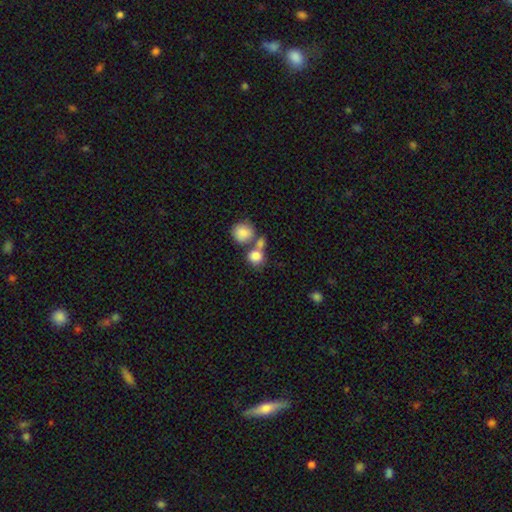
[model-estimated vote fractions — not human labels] Morphology: type=smooth (82%); roundness=round (72%); merging=merger (48%).